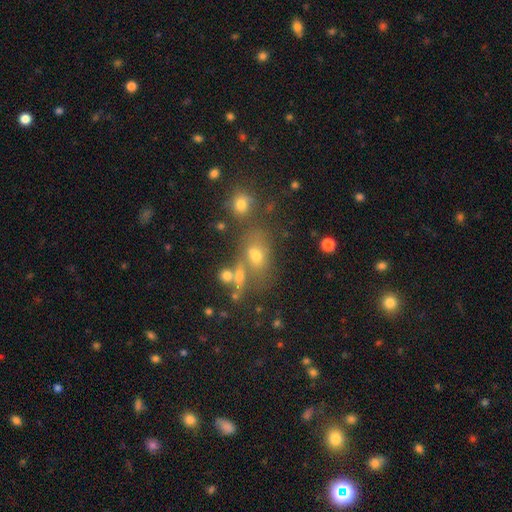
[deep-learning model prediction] Q: Smooth or featured?
A: smooth (58%); runner-up: star or artifact (23%)
Q: How rounded?
A: in between (67%); runner-up: round (28%)
Q: Merging?
A: none (51%); runner-up: merger (25%)